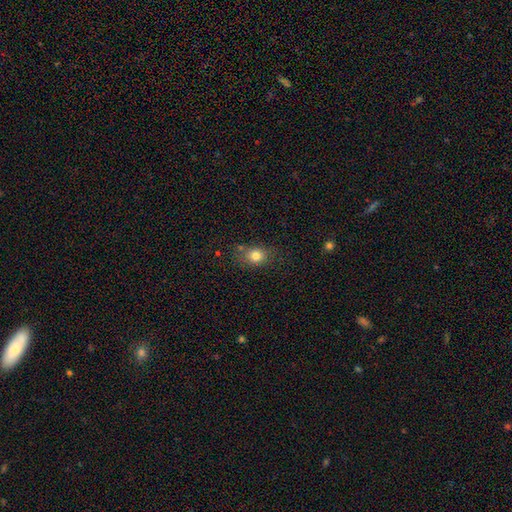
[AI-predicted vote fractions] The model was most divided on "how rounded": round: 50%, in between: 49%, cigar-shaped: 1%. More confident: smooth or featured — smooth (80%); merging — none (72%).